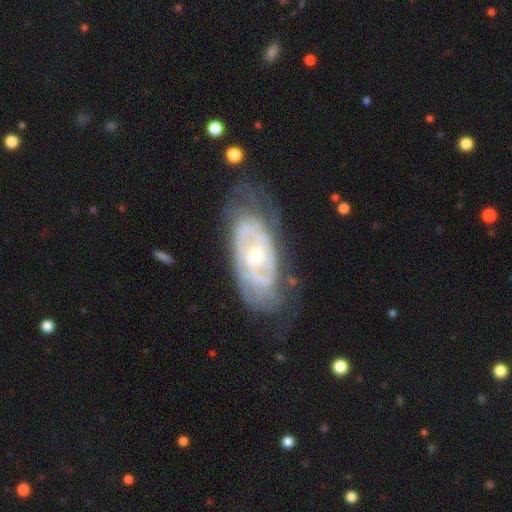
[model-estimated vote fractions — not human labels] The model was most divided on "spiral arm count" (2-way tie): can't tell: 39%, 2: 39%, 3: 10%, 4: 4%, 1: 4%, more than 4: 3%. Remaining: edge-on disk — no (93%); spiral arms — yes (90%); smooth or featured — featured or disk (85%); spiral winding — tight (69%); merging — none (65%); bar — no (65%); bulge size — small (48%).